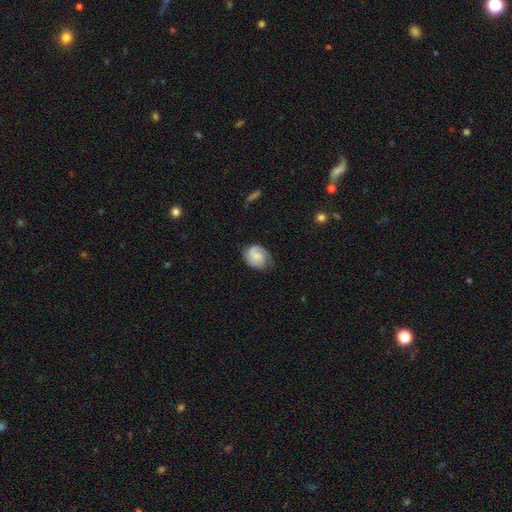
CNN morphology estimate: Smooth or featured? Predicted: featured or disk (p=0.52). Edge-on disk? Predicted: no (p=0.98). Bar? Predicted: no (p=0.64). Spiral arms? Predicted: yes (p=0.92). Bulge size? Predicted: small (p=0.37). Merging? Predicted: none (p=0.63).